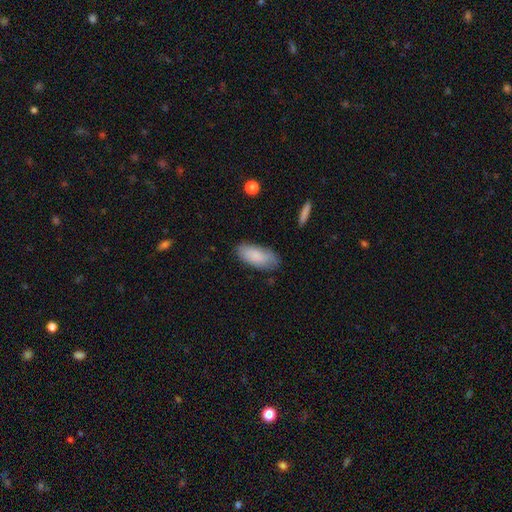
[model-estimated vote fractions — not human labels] Smooth or featured?
  - smooth: 83% *
  - featured or disk: 11%
  - star or artifact: 6%
How rounded?
  - in between: 89% *
  - cigar-shaped: 9%
  - round: 2%
Merging?
  - none: 75% *
  - minor disturbance: 19%
  - major disturbance: 4%
  - merger: 2%